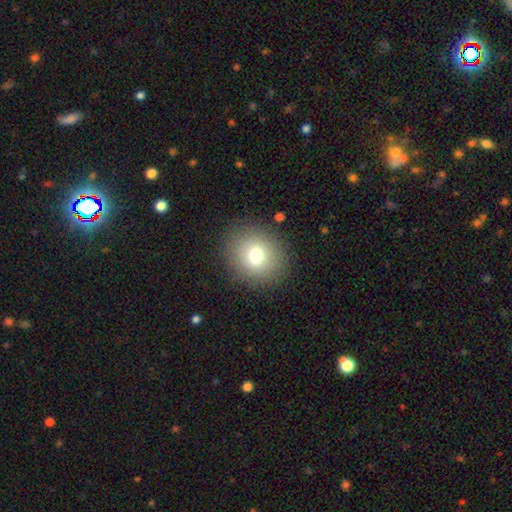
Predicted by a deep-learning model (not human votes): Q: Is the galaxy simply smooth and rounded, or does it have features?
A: smooth — 75%.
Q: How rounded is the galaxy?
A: round — 80%.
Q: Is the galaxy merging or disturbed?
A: none — 88%.